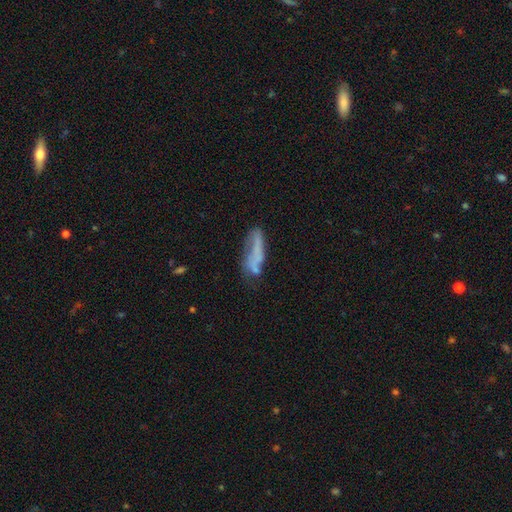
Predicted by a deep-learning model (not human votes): Smooth or featured?
  - smooth: 51% *
  - featured or disk: 38%
  - star or artifact: 11%
How rounded?
  - cigar-shaped: 63% *
  - in between: 35%
  - round: 2%
Merging?
  - none: 38% *
  - minor disturbance: 26%
  - major disturbance: 21%
  - merger: 14%